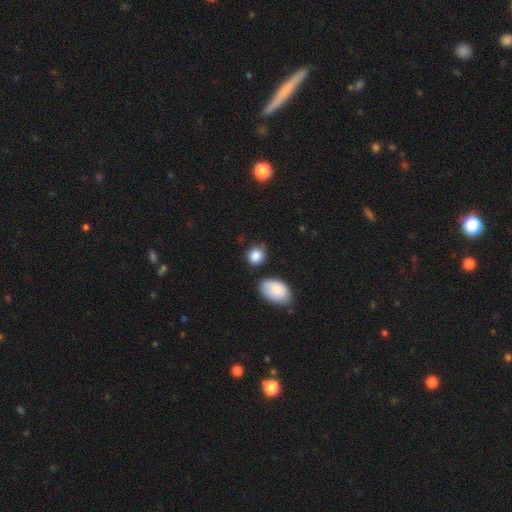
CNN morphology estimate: smooth-or-featured: smooth: 87% | star or artifact: 8% | featured or disk: 5%
  how-rounded: round: 73% | in between: 26% | cigar-shaped: 1%
  merging: none: 73% | minor disturbance: 17% | merger: 6% | major disturbance: 4%